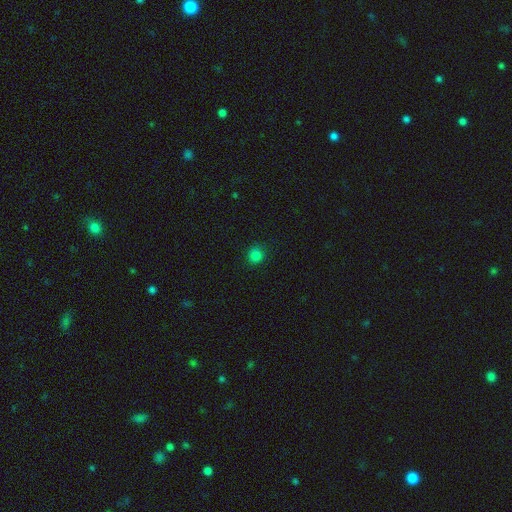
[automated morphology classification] Smooth or featured: smooth — 81% (star or artifact — 16%)
How rounded: round — 87% (in between — 12%)
Merging: none — 87% (minor disturbance — 9%)